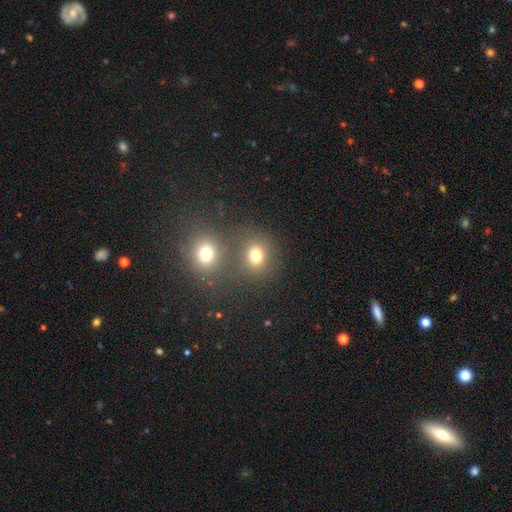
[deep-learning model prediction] Smooth or featured: smooth — 75% (star or artifact — 17%)
How rounded: round — 76% (in between — 23%)
Merging: none — 58% (merger — 30%)